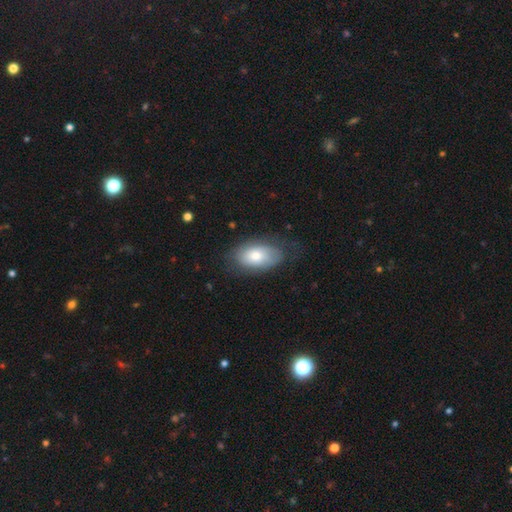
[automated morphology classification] type=smooth (66%); roundness=in between (92%); merging=none (65%).